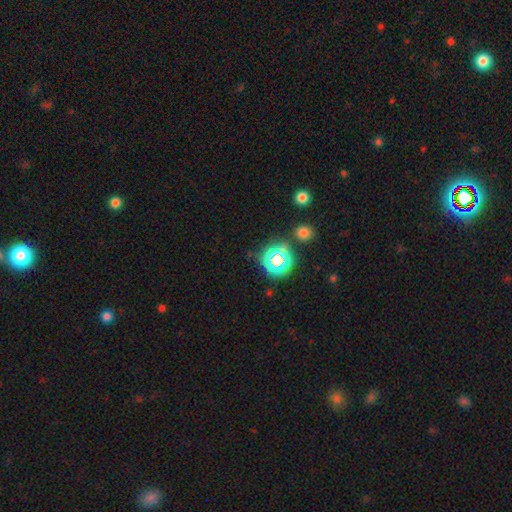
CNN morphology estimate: Smooth or featured? star or artifact (65%)